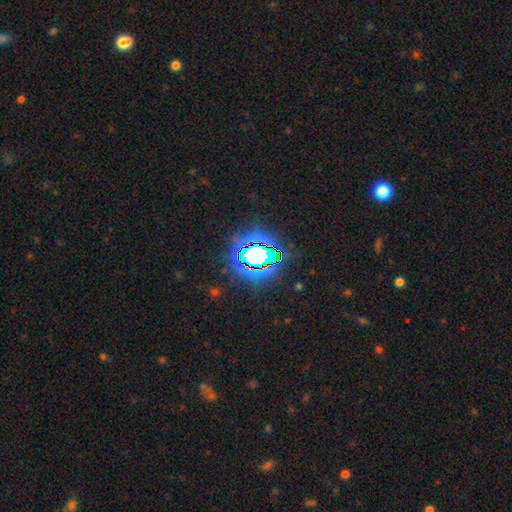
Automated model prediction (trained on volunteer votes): This is likely a star or artifact rather than a galaxy (74%).